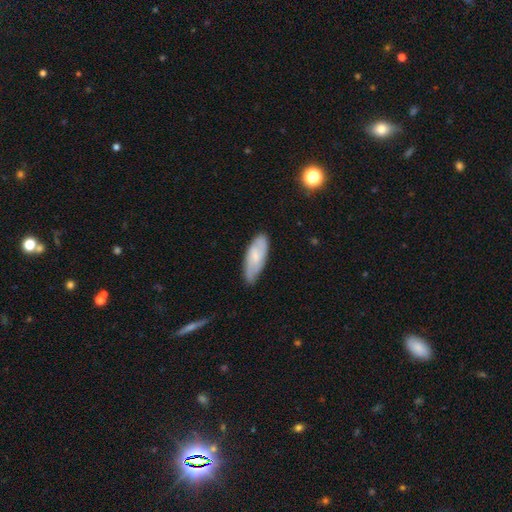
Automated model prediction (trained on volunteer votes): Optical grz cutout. It shows a smooth galaxy with no disk features (56%) that is in between round and cigar-shaped (69%). Merging: none (70%).